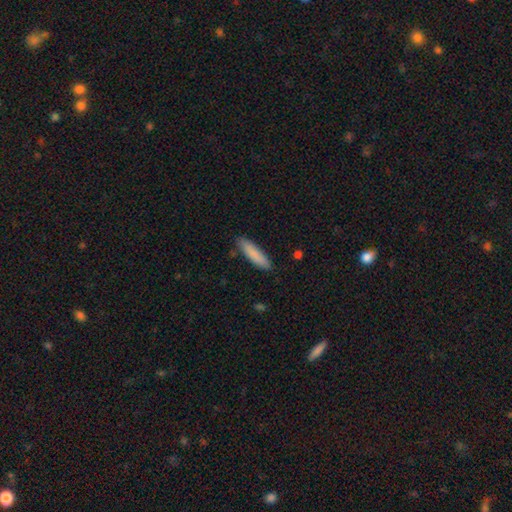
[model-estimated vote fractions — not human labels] smooth-or-featured: smooth: 85% | featured or disk: 9% | star or artifact: 6%
  how-rounded: cigar-shaped: 72% | in between: 27% | round: 1%
  merging: none: 85% | minor disturbance: 11% | major disturbance: 2% | merger: 1%